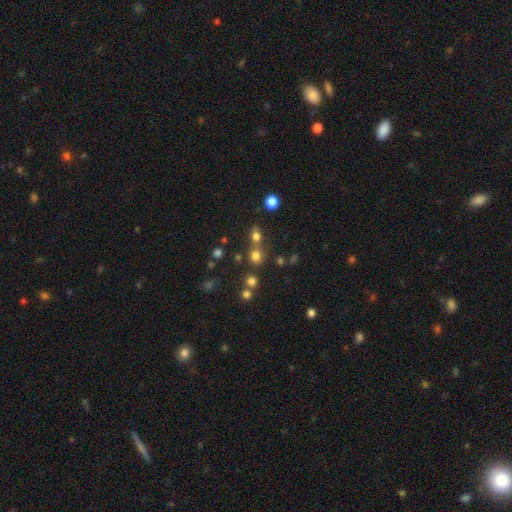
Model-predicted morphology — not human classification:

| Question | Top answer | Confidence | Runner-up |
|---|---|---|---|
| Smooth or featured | smooth | 70% | star or artifact (21%) |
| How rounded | round | 84% | in between (14%) |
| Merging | none | 60% | merger (29%) |